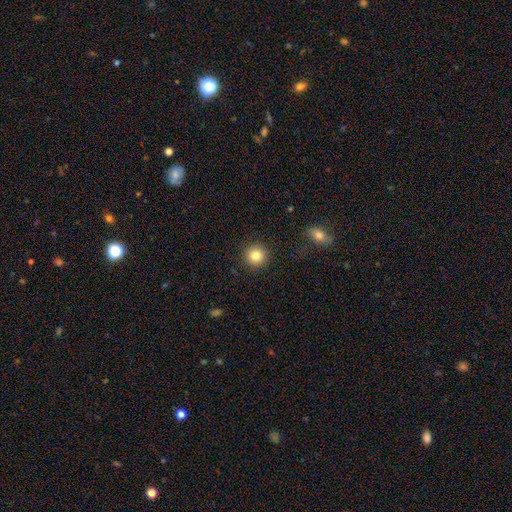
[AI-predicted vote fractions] Q: Smooth or featured?
A: smooth (83%); runner-up: star or artifact (10%)
Q: How rounded?
A: round (94%); runner-up: in between (5%)
Q: Merging?
A: none (91%); runner-up: minor disturbance (6%)